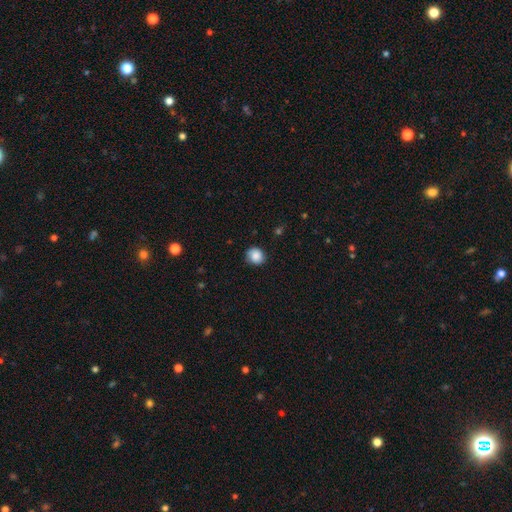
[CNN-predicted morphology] This appears to be a smooth galaxy with no disk features (85%) that is round (75%). Merging: none (78%).